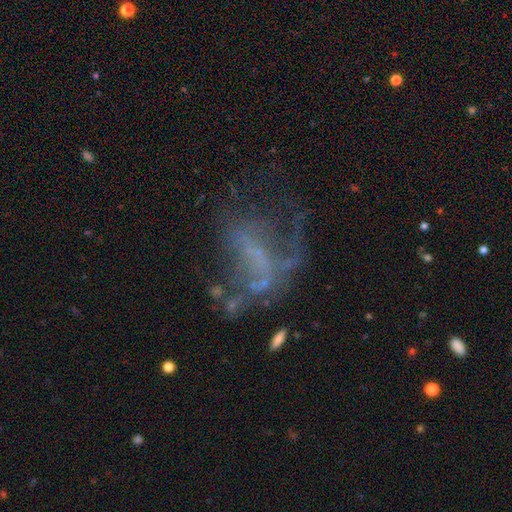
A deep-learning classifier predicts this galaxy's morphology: This is possibly a featured or disk galaxy (58%). It is clearly not viewed edge-on (96%). Bar: likely no (69%). Spiral arm pattern: likely no (77%). Central bulge: likely none (73%). Merging: marginally major disturbance (45%).